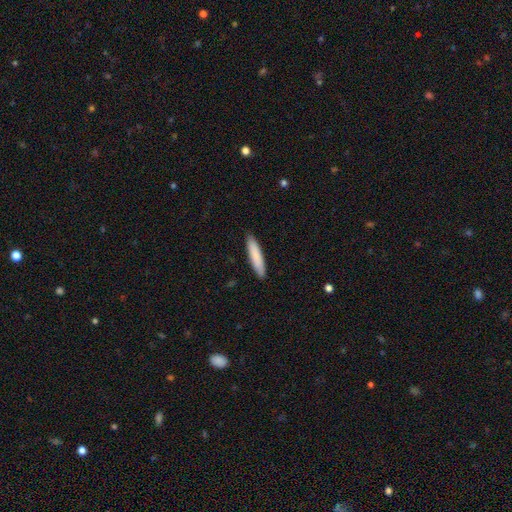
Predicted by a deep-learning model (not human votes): A smooth galaxy with no disk features (85%) that is cigar-shaped (84%). Merging: none (89%).